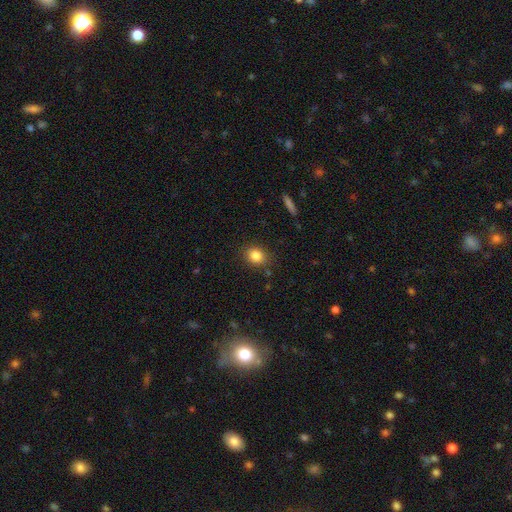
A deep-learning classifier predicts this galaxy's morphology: Smooth or featured? Predicted: smooth (p=0.84). How rounded? Predicted: round (p=0.57). Merging? Predicted: none (p=0.84).